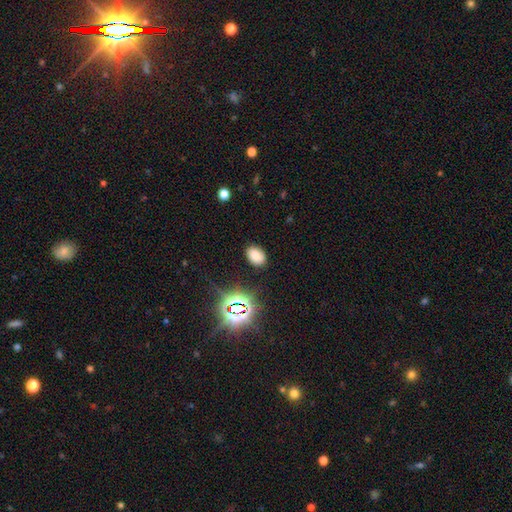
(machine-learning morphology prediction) smooth_or_featured: smooth (p=0.70) [alt: star or artifact p=0.21]
how_rounded: in between (p=0.81) [alt: round p=0.18]
merging: none (p=0.85) [alt: minor disturbance p=0.10]